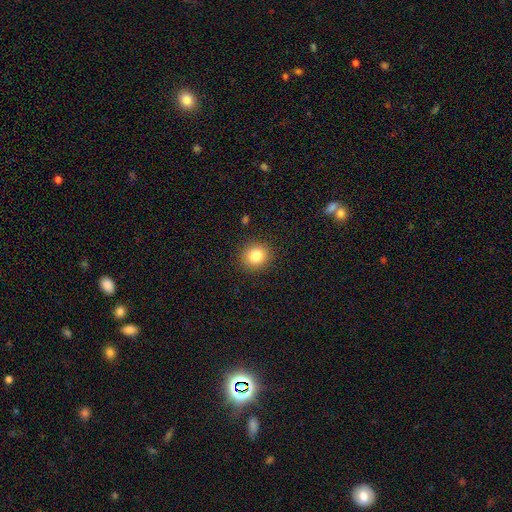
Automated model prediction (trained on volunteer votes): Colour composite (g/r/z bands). It shows a smooth galaxy with no disk features (83%) that is round (83%). Merging: none (89%).